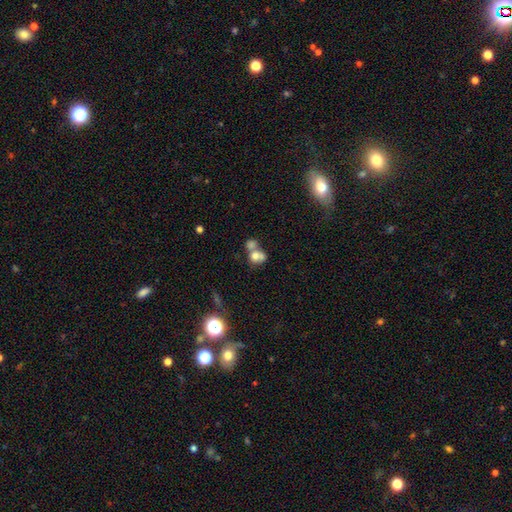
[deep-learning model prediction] smooth-or-featured: smooth: 68% | featured or disk: 20% | star or artifact: 12%
  how-rounded: round: 62% | in between: 37% | cigar-shaped: 1%
  merging: merger: 64% | none: 23% | minor disturbance: 8% | major disturbance: 5%